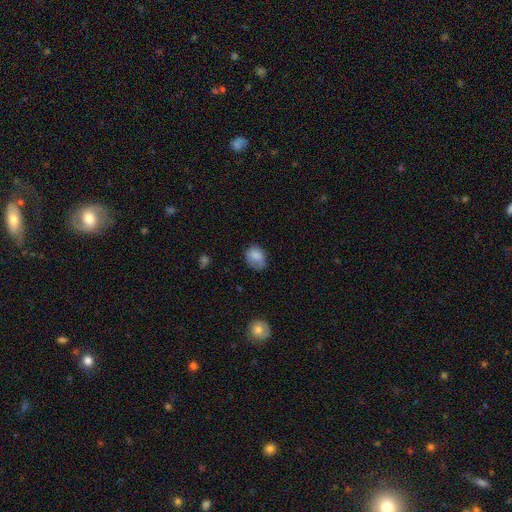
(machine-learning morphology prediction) This is clearly a smooth galaxy (82%). How rounded: possibly in between (55%). Merging: possibly none (57%).